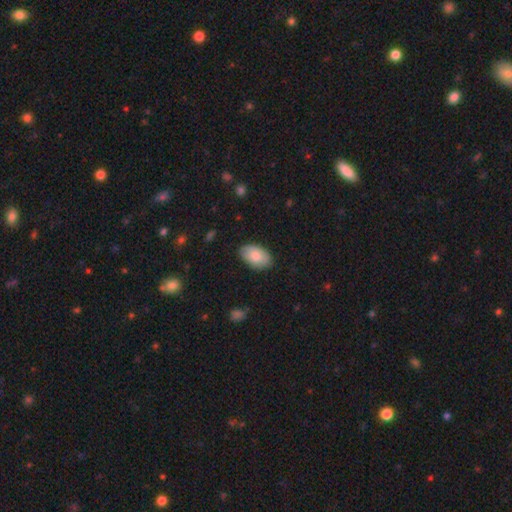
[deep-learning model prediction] Smooth or featured? smooth (83%)
How rounded? in between (94%)
Merging? none (82%)